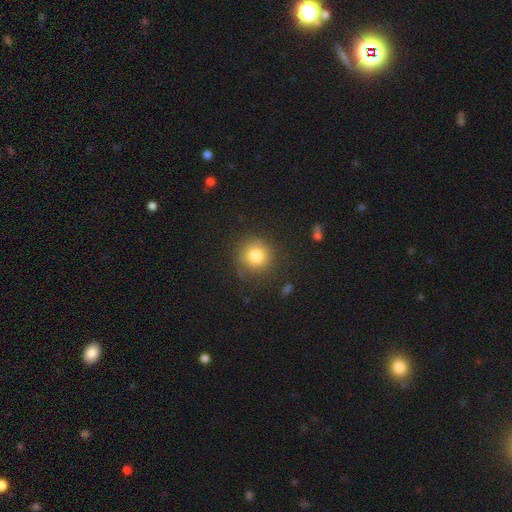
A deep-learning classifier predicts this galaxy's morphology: smooth_or_featured: smooth (p=0.82) [alt: star or artifact p=0.10]
how_rounded: round (p=0.91) [alt: in between p=0.08]
merging: none (p=0.81) [alt: minor disturbance p=0.13]